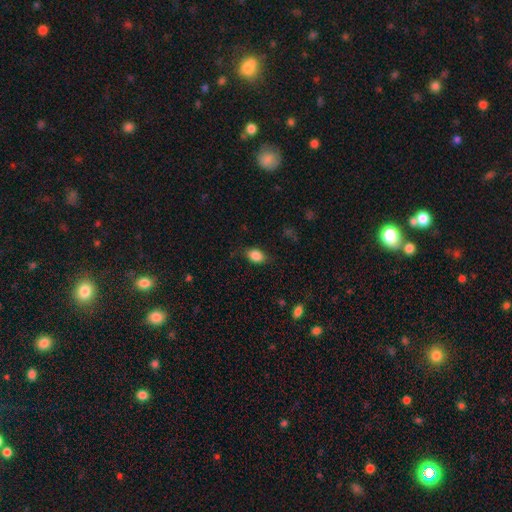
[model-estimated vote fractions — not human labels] smooth-or-featured: smooth: 86% | star or artifact: 8% | featured or disk: 6%
  how-rounded: in between: 81% | round: 18% | cigar-shaped: 2%
  merging: none: 77% | minor disturbance: 17% | major disturbance: 5% | merger: 1%